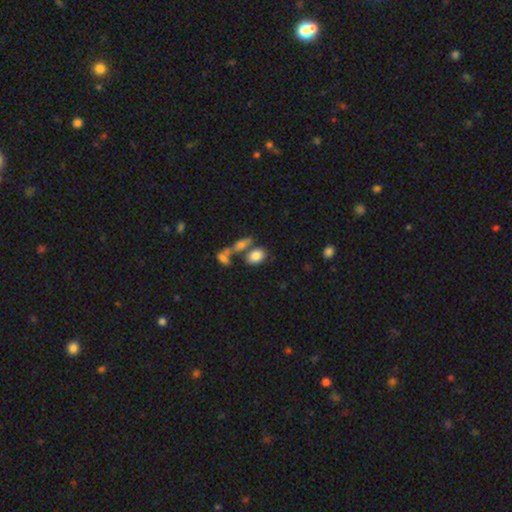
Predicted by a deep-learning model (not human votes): smooth 81%, featured or disk 10%, star or artifact 9%. Down the decision tree: how rounded — in between (81%); merging — none (53%).